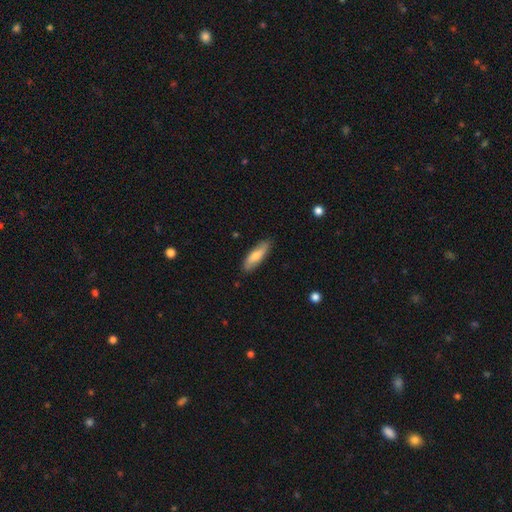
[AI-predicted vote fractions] Q: Smooth or featured?
A: smooth (67%); runner-up: featured or disk (28%)
Q: How rounded?
A: in between (50%); runner-up: cigar-shaped (48%)
Q: Merging?
A: none (85%); runner-up: minor disturbance (12%)